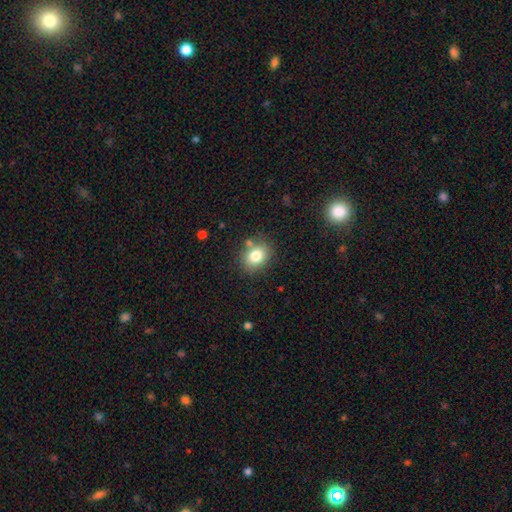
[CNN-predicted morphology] The model was most divided on "how rounded": in between: 52%, round: 48%, cigar-shaped: 1%. More confident: smooth or featured — smooth (80%); merging — none (76%).